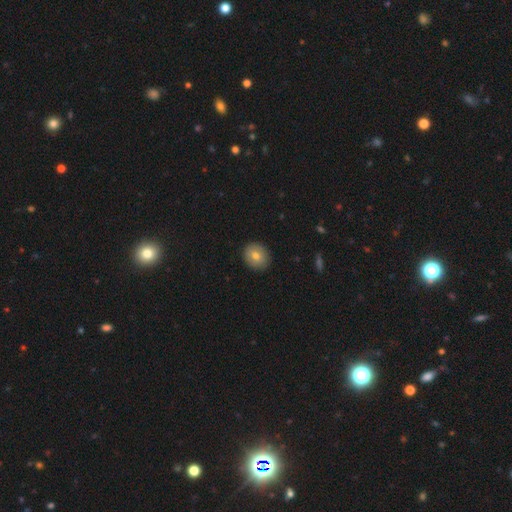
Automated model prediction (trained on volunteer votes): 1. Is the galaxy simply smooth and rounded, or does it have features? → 75% smooth, 16% featured or disk, 9% star or artifact.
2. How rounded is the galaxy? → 82% round, 17% in between, 1% cigar-shaped.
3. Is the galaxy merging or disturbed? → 90% none, 7% minor disturbance, 2% major disturbance, 1% merger.